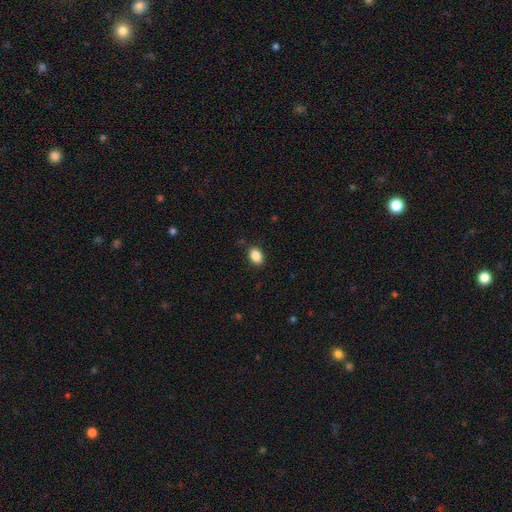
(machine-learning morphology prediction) The model was most divided on "how rounded": in between: 82%, round: 16%, cigar-shaped: 1%. More confident: smooth or featured — smooth (87%); merging — none (86%).